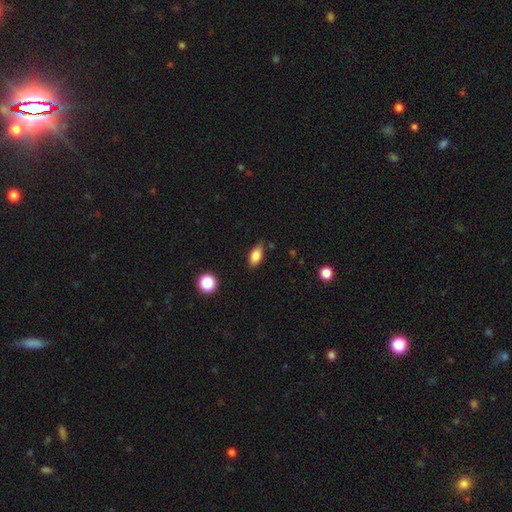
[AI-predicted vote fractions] smooth 81%, featured or disk 11%, star or artifact 9%. Down the decision tree: how rounded — in between (87%); merging — none (70%).